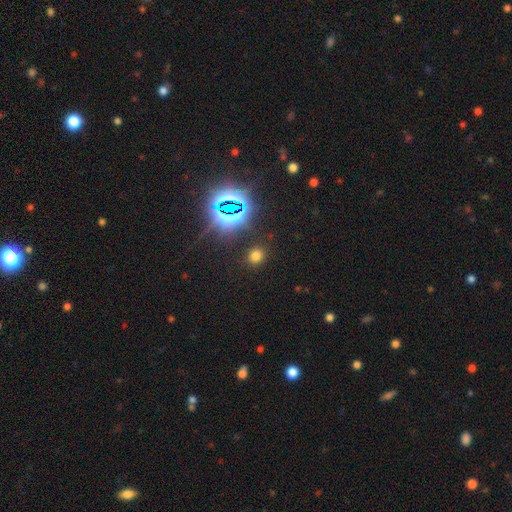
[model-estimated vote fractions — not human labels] This is likely a smooth galaxy (65%). How rounded: likely round (71%). Merging: clearly none (87%).